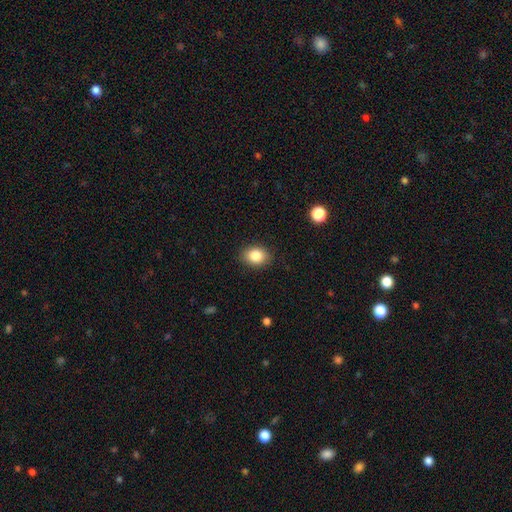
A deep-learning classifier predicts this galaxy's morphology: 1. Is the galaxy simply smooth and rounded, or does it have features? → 85% smooth, 9% star or artifact, 6% featured or disk.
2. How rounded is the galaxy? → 65% in between, 34% round, 1% cigar-shaped.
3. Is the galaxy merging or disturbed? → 87% none, 9% minor disturbance, 2% major disturbance, 1% merger.